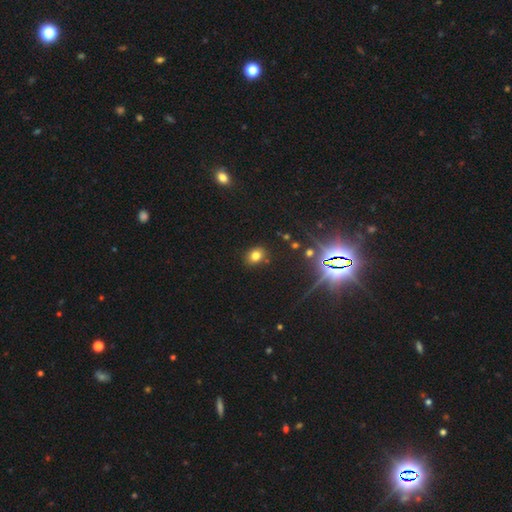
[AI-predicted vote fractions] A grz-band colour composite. It shows a smooth galaxy with no disk features (75%) that is in between round and cigar-shaped (52%). Merging: none (85%).